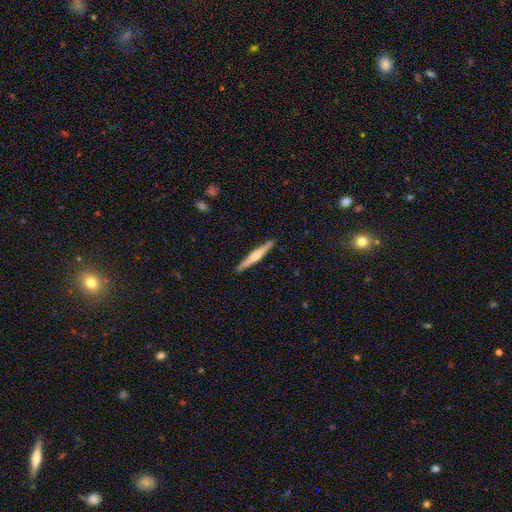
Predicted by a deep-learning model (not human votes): A featured or disk galaxy (57%) viewed edge-on (98%) with a rounded central bulge (67%).

Vote fractions:
- Smooth or featured? featured or disk: 57% / smooth: 38% / star or artifact: 5%
- Edge-on disk? yes: 98% / no: 2%
- Edge-on bulge? rounded: 67% / none: 16% / boxy: 16%
- Merging? none: 91% / minor disturbance: 7% / major disturbance: 1% / merger: 1%